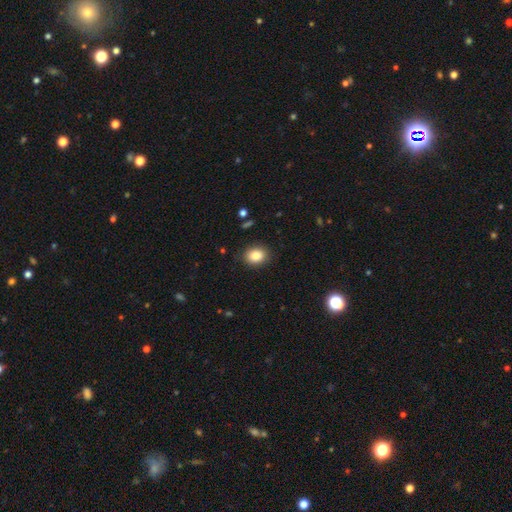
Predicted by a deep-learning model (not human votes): Overall: smooth (86%). How rounded: in between (55%; round 44%). Merging: none (87%).